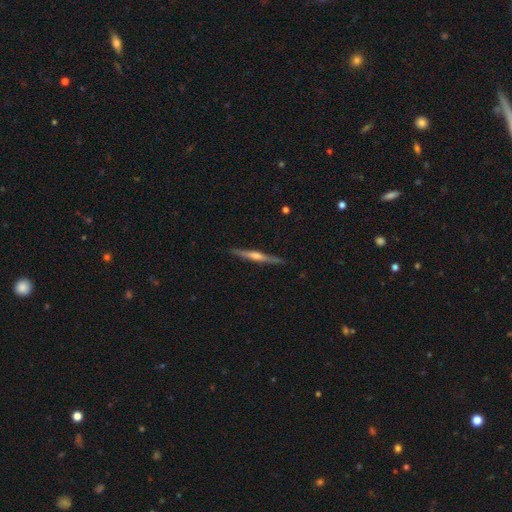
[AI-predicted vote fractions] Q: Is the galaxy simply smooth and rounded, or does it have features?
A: featured or disk — 73%.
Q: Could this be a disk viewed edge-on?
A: yes — 98%.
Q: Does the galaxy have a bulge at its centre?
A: rounded — 75%.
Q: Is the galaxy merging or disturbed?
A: none — 90%.